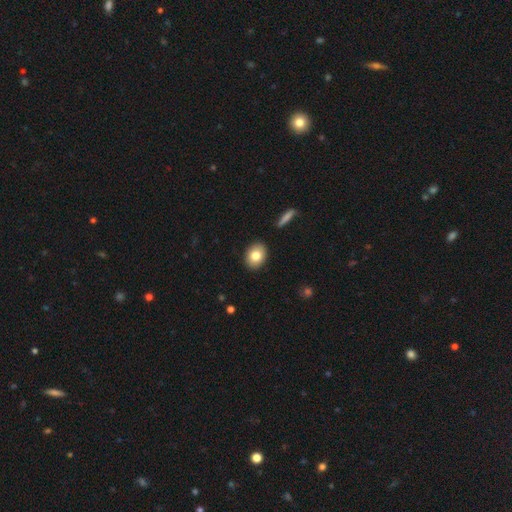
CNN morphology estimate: A smooth galaxy with no disk features (80%) that is in between round and cigar-shaped (67%). Merging: none (90%).